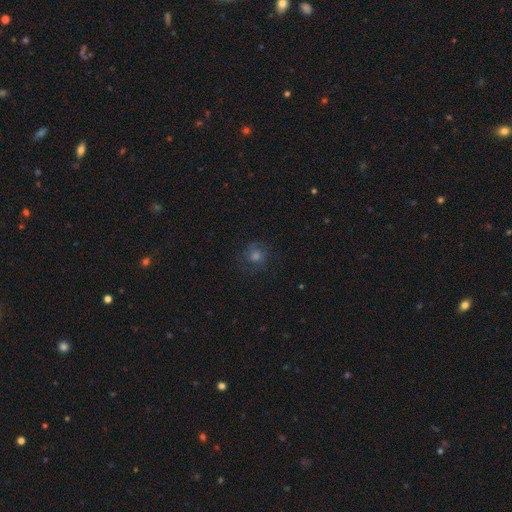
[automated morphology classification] This is possibly a smooth galaxy (52%). How rounded: clearly round (87%). Merging: likely none (78%).